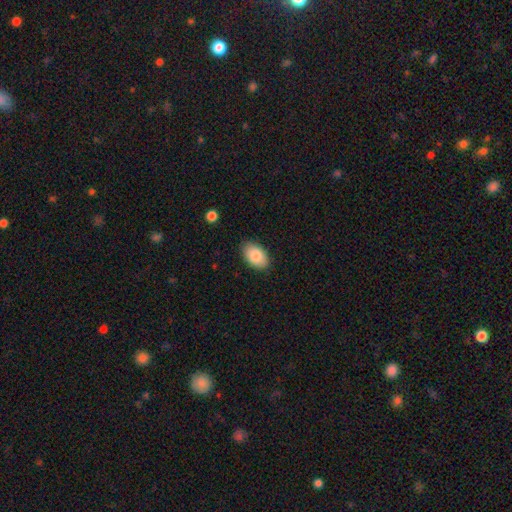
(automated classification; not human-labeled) Morphology: type=smooth (86%); roundness=in between (93%); merging=none (87%).